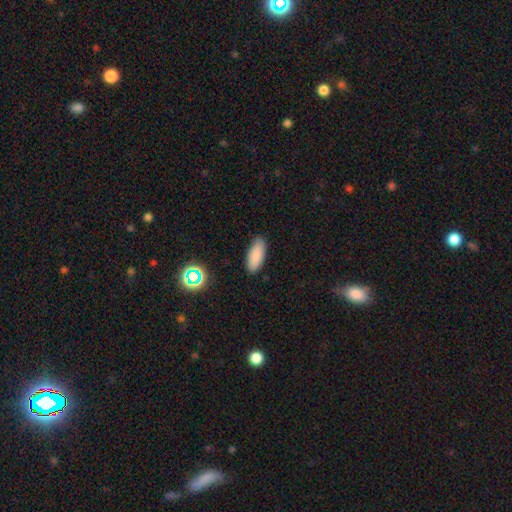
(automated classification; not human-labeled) A smooth galaxy with no disk features (86%) that is in between round and cigar-shaped (78%).

Vote fractions:
- Smooth or featured? smooth: 86% / star or artifact: 8% / featured or disk: 5%
- How rounded? in between: 78% / cigar-shaped: 20% / round: 2%
- Merging? none: 87% / minor disturbance: 10% / major disturbance: 2% / merger: 1%